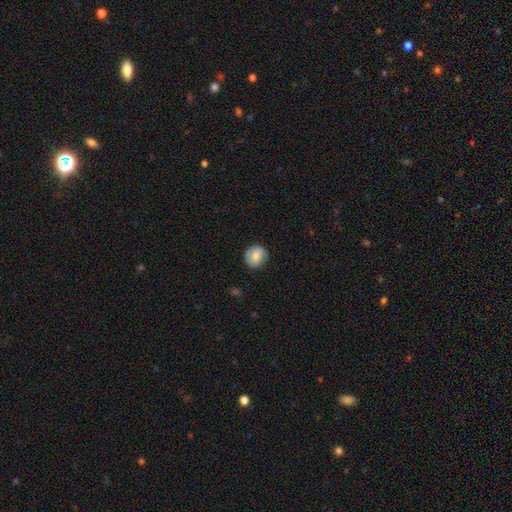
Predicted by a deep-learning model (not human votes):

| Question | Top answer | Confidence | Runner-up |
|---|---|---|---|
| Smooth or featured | smooth | 69% | featured or disk (24%) |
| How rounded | round | 81% | in between (18%) |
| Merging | none | 79% | minor disturbance (16%) |